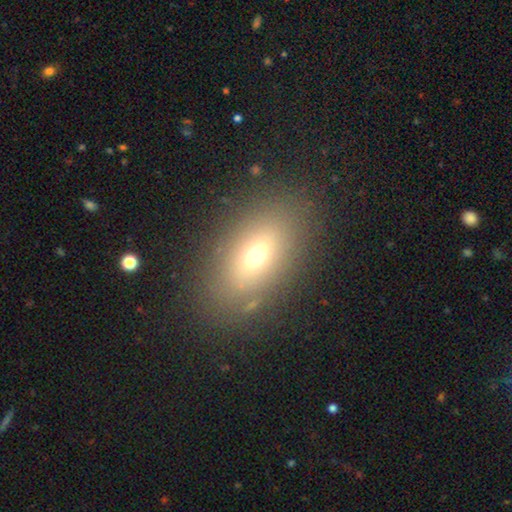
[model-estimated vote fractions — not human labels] smooth 65%, featured or disk 20%, star or artifact 15%. Down the decision tree: how rounded — in between (83%); merging — none (83%).